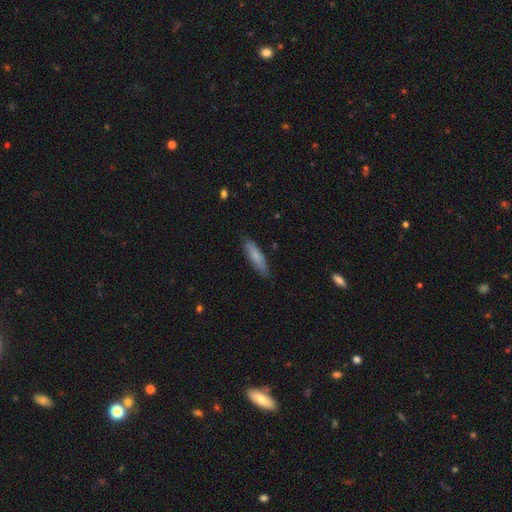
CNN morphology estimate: A smooth galaxy with no disk features (77%) that is cigar-shaped (70%).

Vote fractions:
- Smooth or featured? smooth: 77% / featured or disk: 18% / star or artifact: 6%
- How rounded? cigar-shaped: 70% / in between: 28% / round: 1%
- Merging? none: 83% / minor disturbance: 14% / major disturbance: 2% / merger: 1%